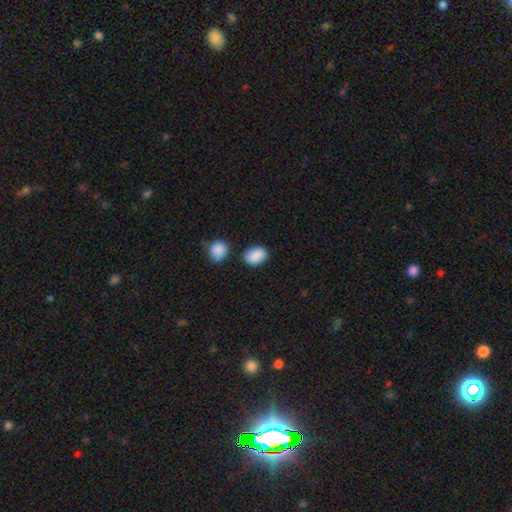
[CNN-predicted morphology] Smooth or featured?
  - smooth: 88% *
  - star or artifact: 7%
  - featured or disk: 5%
How rounded?
  - in between: 73% *
  - round: 26%
  - cigar-shaped: 1%
Merging?
  - none: 78% *
  - minor disturbance: 13%
  - merger: 6%
  - major disturbance: 3%